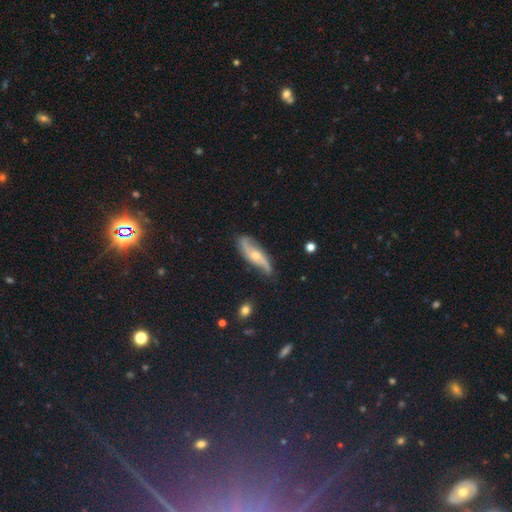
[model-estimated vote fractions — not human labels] Smooth or featured? Predicted: featured or disk (p=0.75). Edge-on disk? Predicted: no (p=0.82). Bar? Predicted: no (p=0.63). Spiral arms? Predicted: yes (p=0.93). Spiral winding? Predicted: loose (p=0.71). Spiral arm count? Predicted: 2 (p=0.90). Bulge size? Predicted: moderate (p=0.49). Merging? Predicted: none (p=0.71).